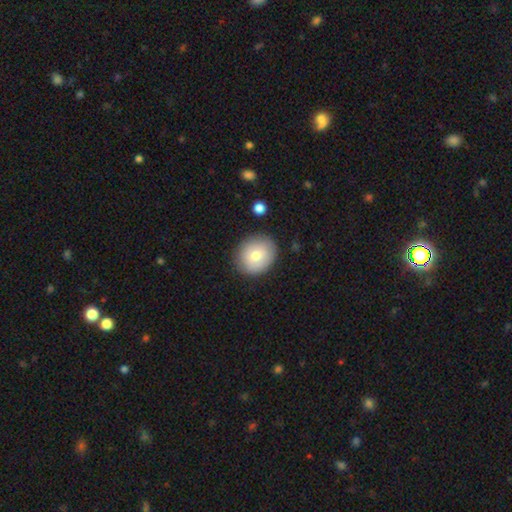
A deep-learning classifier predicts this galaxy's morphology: The model was most divided on "how rounded": round: 66%, in between: 33%, cigar-shaped: 1%. More confident: merging — none (85%); smooth or featured — smooth (75%).